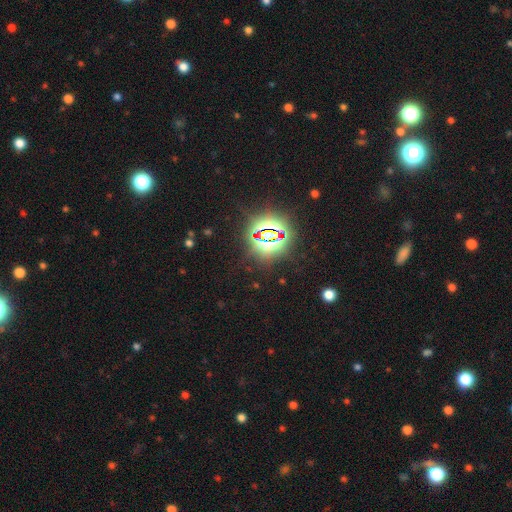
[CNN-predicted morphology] smooth_or_featured: star or artifact (p=0.78) [alt: smooth p=0.16]